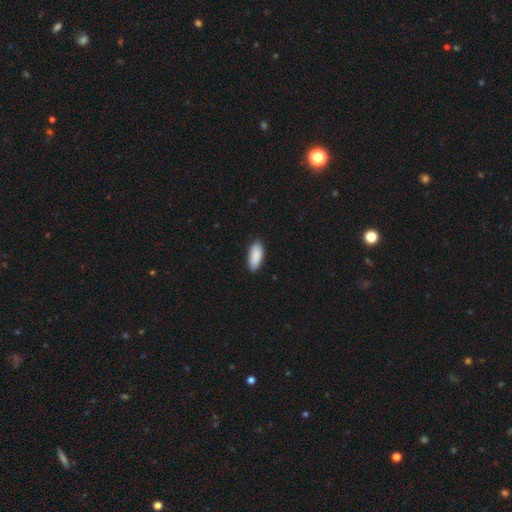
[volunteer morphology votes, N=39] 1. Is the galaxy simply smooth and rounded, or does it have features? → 90% smooth, 8% star or artifact, 3% featured or disk.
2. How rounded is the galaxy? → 83% in between, 17% cigar-shaped, 0% round.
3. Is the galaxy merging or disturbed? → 75% none, 19% minor disturbance, 6% merger, 0% major disturbance.